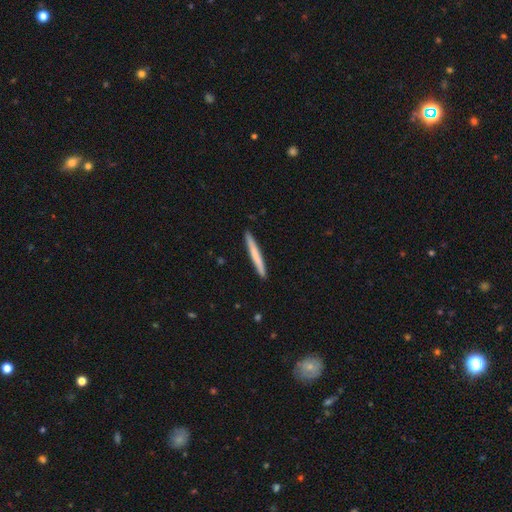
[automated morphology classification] smooth-or-featured: smooth: 66% | featured or disk: 29% | star or artifact: 5%
  how-rounded: cigar-shaped: 97% | in between: 2% | round: 1%
  merging: none: 92% | minor disturbance: 6% | major disturbance: 1% | merger: 1%